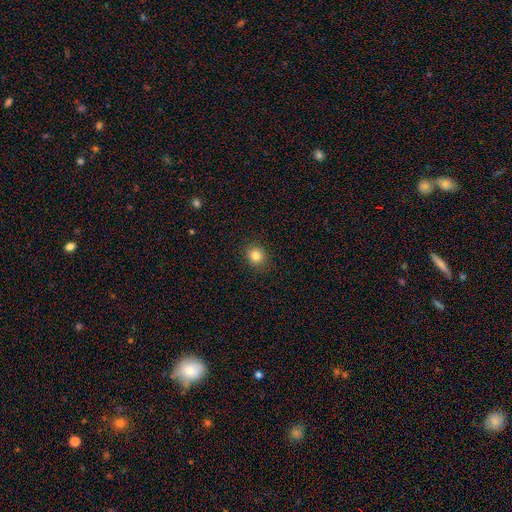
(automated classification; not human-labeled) smooth-or-featured: smooth: 83% | star or artifact: 11% | featured or disk: 6%
  how-rounded: round: 84% | in between: 15% | cigar-shaped: 1%
  merging: none: 89% | minor disturbance: 7% | major disturbance: 2% | merger: 1%